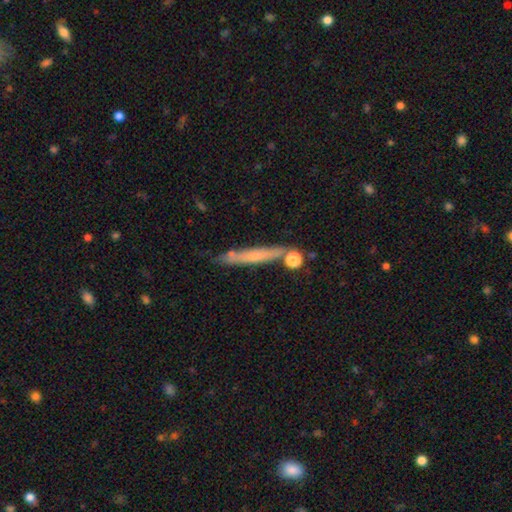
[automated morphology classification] smooth-or-featured: smooth: 52% | featured or disk: 41% | star or artifact: 8%
  how-rounded: cigar-shaped: 93% | in between: 5% | round: 2%
  merging: none: 74% | minor disturbance: 14% | merger: 8% | major disturbance: 3%